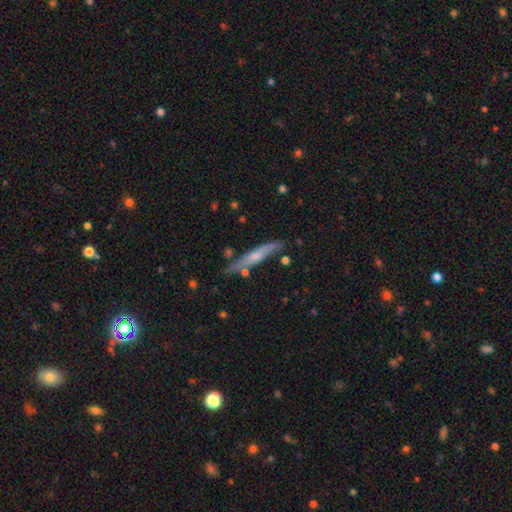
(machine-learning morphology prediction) A featured or disk galaxy (51%) viewed edge-on (91%). Merging: none (75%).